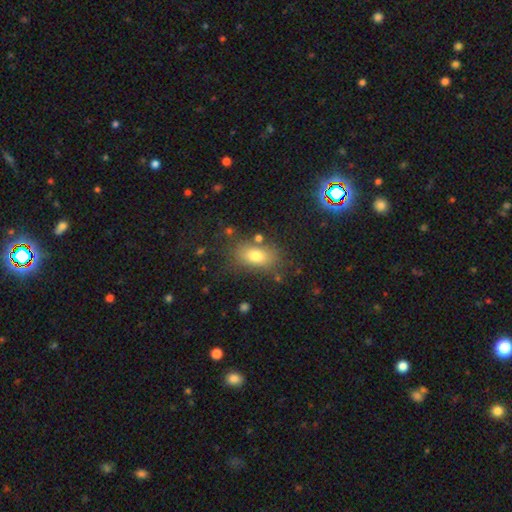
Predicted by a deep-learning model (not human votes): The model was most divided on "merging": none: 75%, minor disturbance: 14%, major disturbance: 6%, merger: 5%. More confident: how rounded — in between (85%); smooth or featured — smooth (77%).